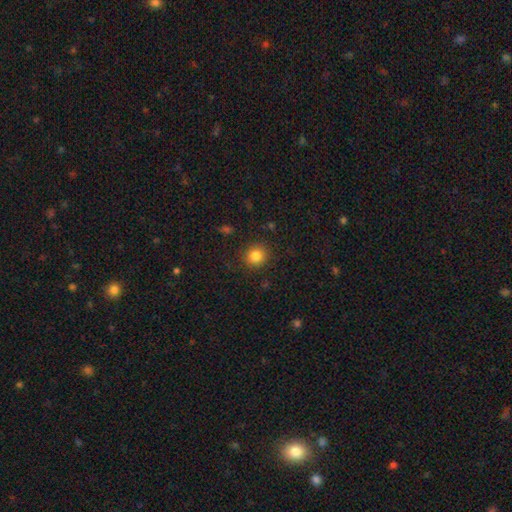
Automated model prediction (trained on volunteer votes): Q: Smooth or featured?
A: smooth (83%); runner-up: star or artifact (11%)
Q: How rounded?
A: round (89%); runner-up: in between (11%)
Q: Merging?
A: none (89%); runner-up: minor disturbance (7%)